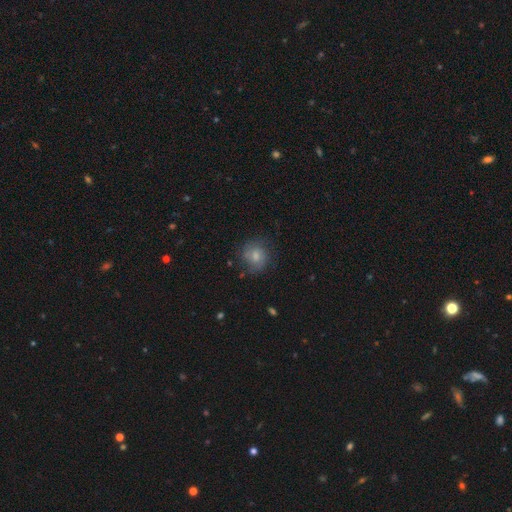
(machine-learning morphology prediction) A smooth galaxy with no disk features (65%) that is round (82%).

Vote fractions:
- Smooth or featured? smooth: 65% / featured or disk: 25% / star or artifact: 9%
- How rounded? round: 82% / in between: 17% / cigar-shaped: 1%
- Merging? none: 71% / minor disturbance: 20% / major disturbance: 7% / merger: 2%